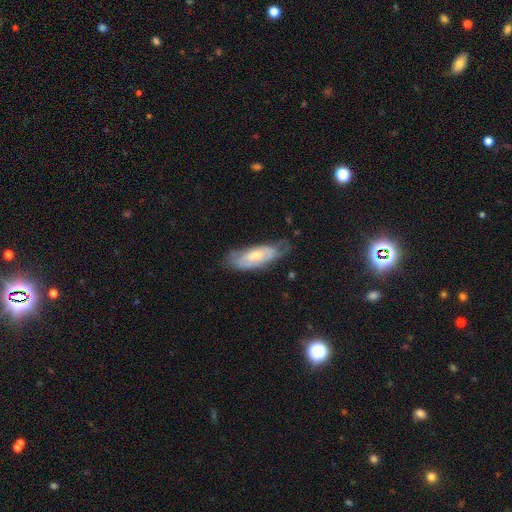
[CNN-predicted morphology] Smooth or featured?
  - featured or disk: 59% *
  - smooth: 34%
  - star or artifact: 7%
Edge-on disk?
  - no: 82% *
  - yes: 18%
Merging?
  - none: 62% *
  - minor disturbance: 27%
  - major disturbance: 9%
  - merger: 2%